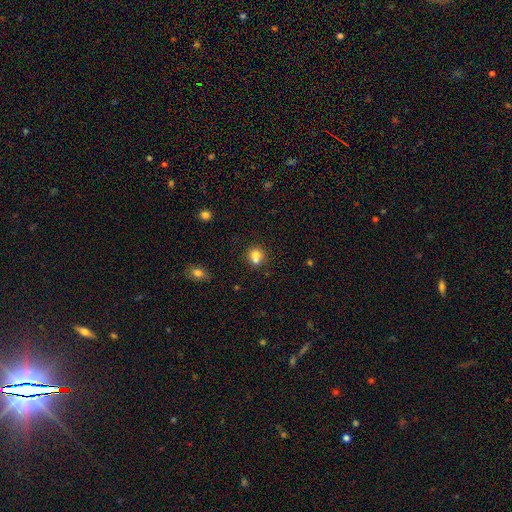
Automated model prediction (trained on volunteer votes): This is likely a smooth galaxy (75%). How rounded: likely round (79%). Merging: possibly merger (45%).